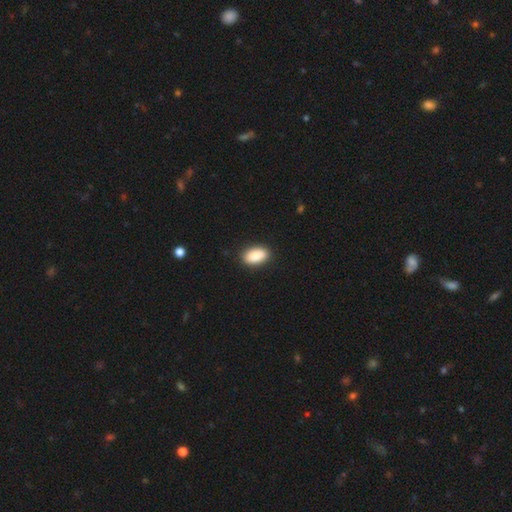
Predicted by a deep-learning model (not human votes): This appears to be a smooth galaxy with no disk features (89%) that is in between round and cigar-shaped (93%). Merging: none (90%).